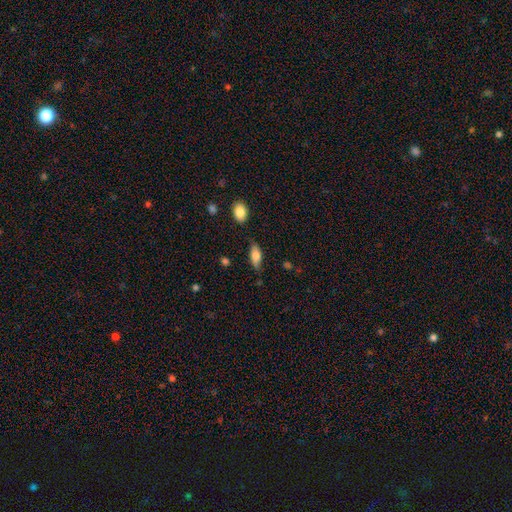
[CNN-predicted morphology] type=smooth (71%); roundness=in between (79%); merging=none (73%).